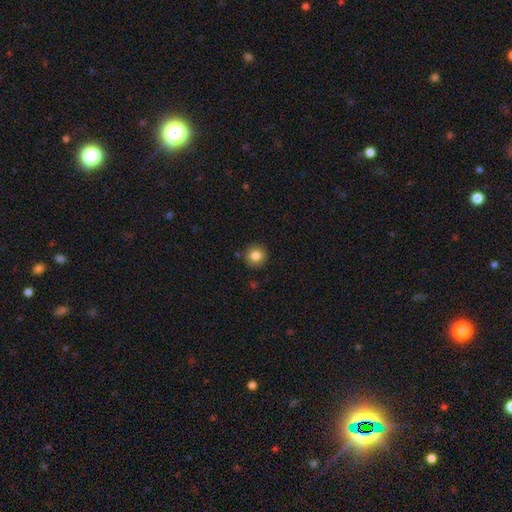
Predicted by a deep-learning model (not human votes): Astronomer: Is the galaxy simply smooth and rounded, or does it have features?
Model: smooth — 82%.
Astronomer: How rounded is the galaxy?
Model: round — 94%.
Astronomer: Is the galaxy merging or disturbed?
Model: none — 89%.